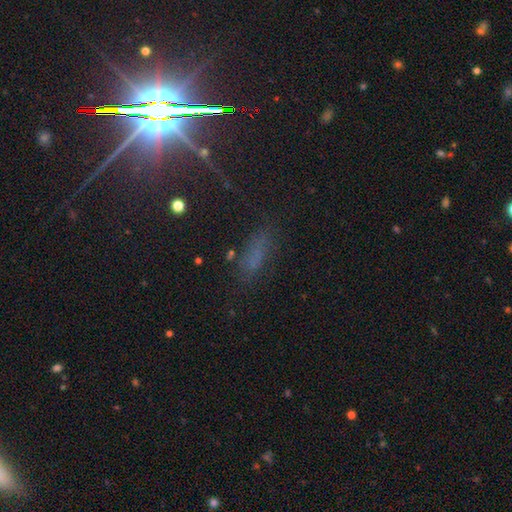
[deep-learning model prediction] The model was most divided on "smooth or featured": smooth: 46%, star or artifact: 36%, featured or disk: 17%. More confident: merging — none (69%).